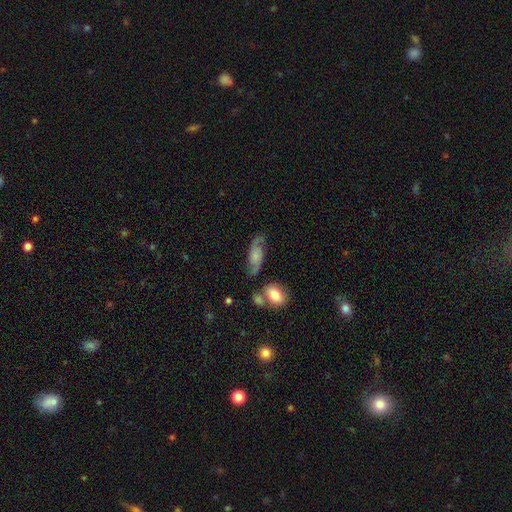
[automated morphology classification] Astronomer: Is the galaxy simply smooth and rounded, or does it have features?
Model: featured or disk — 68%.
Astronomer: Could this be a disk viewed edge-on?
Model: no — 92%.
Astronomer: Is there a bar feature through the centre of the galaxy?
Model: no — 67%.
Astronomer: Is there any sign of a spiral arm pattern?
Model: yes — 93%.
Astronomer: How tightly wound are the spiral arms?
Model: loose — 55% (runner-up: medium, 34%).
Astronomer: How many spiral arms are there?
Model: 2 — 90%.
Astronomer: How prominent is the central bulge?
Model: none — 35% (runner-up: small, 30%).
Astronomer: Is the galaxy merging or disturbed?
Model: none — 61%.